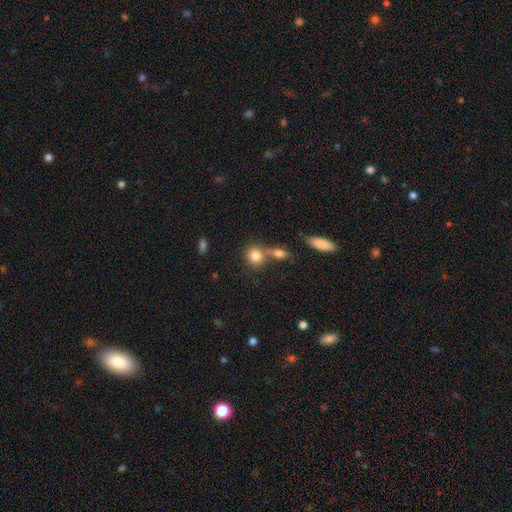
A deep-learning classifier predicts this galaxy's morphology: Smooth or featured? Predicted: smooth (p=0.82). How rounded? Predicted: round (p=0.75). Merging? Predicted: none (p=0.48).